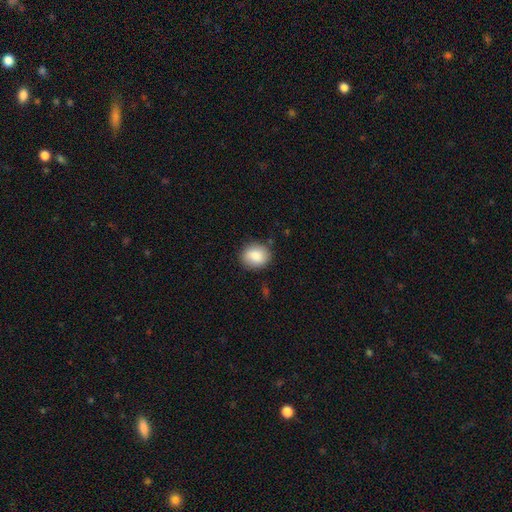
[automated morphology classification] smooth-or-featured: smooth: 85% | featured or disk: 8% | star or artifact: 7%
  how-rounded: round: 69% | in between: 30% | cigar-shaped: 1%
  merging: none: 83% | minor disturbance: 12% | major disturbance: 3% | merger: 2%